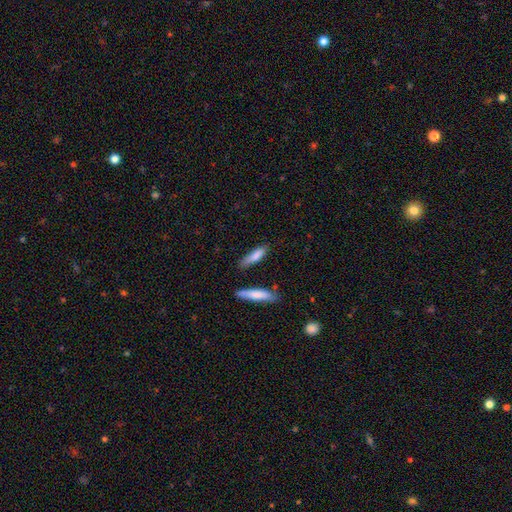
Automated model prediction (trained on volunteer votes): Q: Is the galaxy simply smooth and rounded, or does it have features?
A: smooth — 80%.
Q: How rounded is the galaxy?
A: cigar-shaped — 72%.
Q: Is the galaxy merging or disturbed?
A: none — 70%.